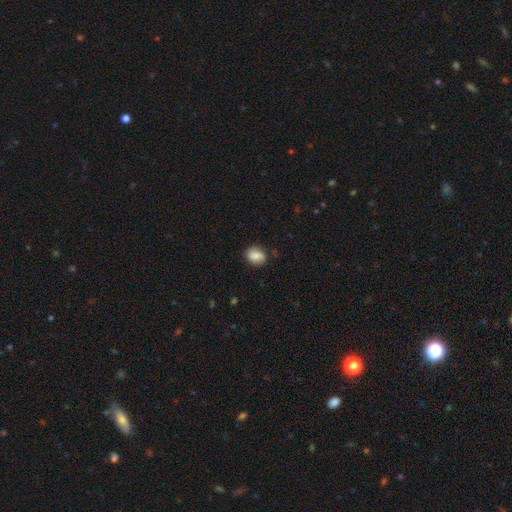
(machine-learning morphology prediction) smooth_or_featured: smooth (p=0.80) [alt: featured or disk p=0.12]
how_rounded: in between (p=0.53) [alt: round p=0.45]
merging: none (p=0.76) [alt: minor disturbance p=0.18]